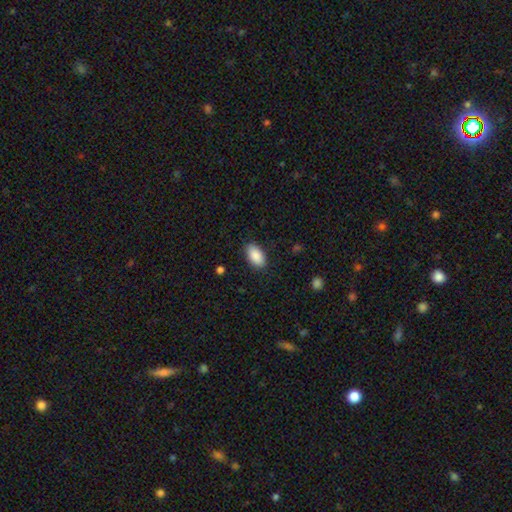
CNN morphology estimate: Smooth or featured: smooth — 89% (star or artifact — 7%)
How rounded: in between — 94% (round — 4%)
Merging: none — 87% (minor disturbance — 9%)